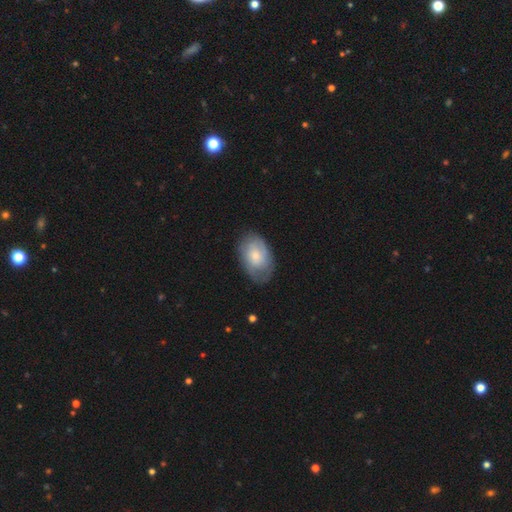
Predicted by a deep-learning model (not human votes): Smooth or featured? smooth (64%)
How rounded? in between (89%)
Merging? none (73%)